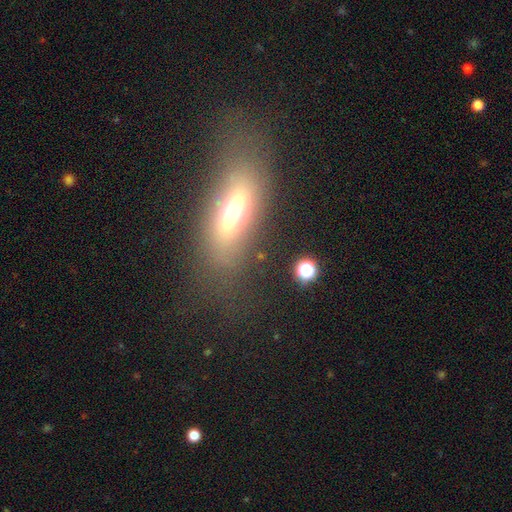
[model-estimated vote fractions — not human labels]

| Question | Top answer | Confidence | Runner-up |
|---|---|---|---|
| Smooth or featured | smooth | 48% | featured or disk (38%) |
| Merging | none | 67% | minor disturbance (18%) |